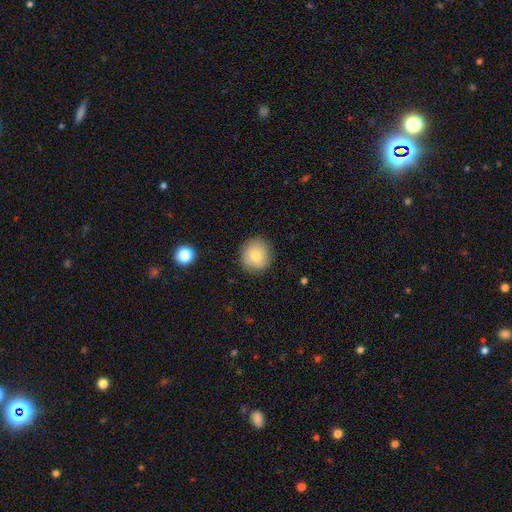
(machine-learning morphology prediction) A smooth galaxy with no disk features (77%) that is round (89%).

Vote fractions:
- Smooth or featured? smooth: 77% / featured or disk: 14% / star or artifact: 9%
- How rounded? round: 89% / in between: 10% / cigar-shaped: 1%
- Merging? none: 87% / minor disturbance: 9% / major disturbance: 2% / merger: 1%